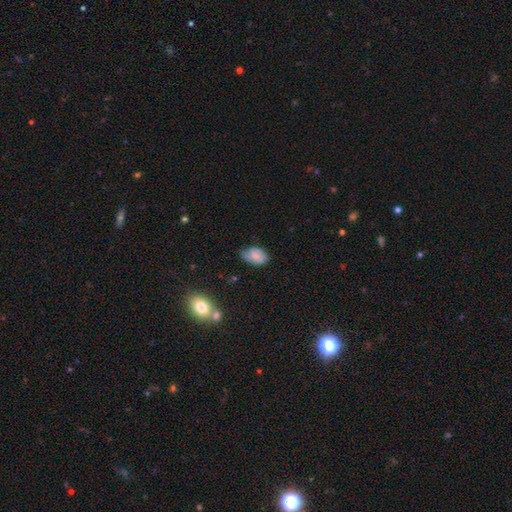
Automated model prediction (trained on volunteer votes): A smooth galaxy with no disk features (65%) that is in between round and cigar-shaped (90%).

Vote fractions:
- Smooth or featured? smooth: 65% / featured or disk: 25% / star or artifact: 9%
- How rounded? in between: 90% / round: 9% / cigar-shaped: 2%
- Merging? none: 49% / minor disturbance: 39% / major disturbance: 10% / merger: 2%